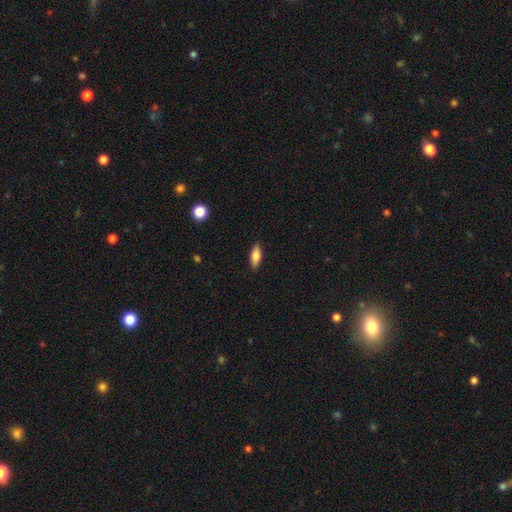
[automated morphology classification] Smooth or featured: smooth — 71% (featured or disk — 22%)
How rounded: in between — 67% (cigar-shaped — 30%)
Merging: none — 88% (minor disturbance — 9%)